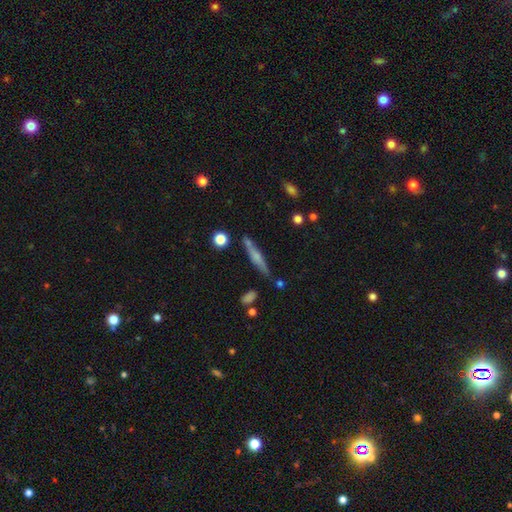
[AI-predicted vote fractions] The model was most divided on "smooth or featured": featured or disk: 48%, smooth: 44%, star or artifact: 8%. More confident: merging — none (79%).